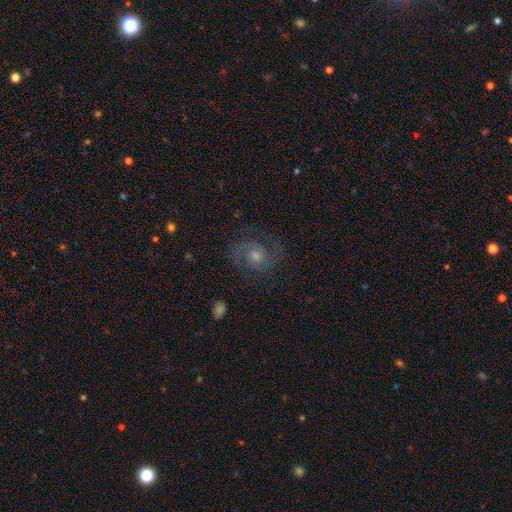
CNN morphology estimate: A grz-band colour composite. It shows a featured or disk galaxy (78%) with no bar (67%), 2 (84%) medium (50%) spiral arms (95%) and a moderate central bulge (55%). Merging: none (78%).